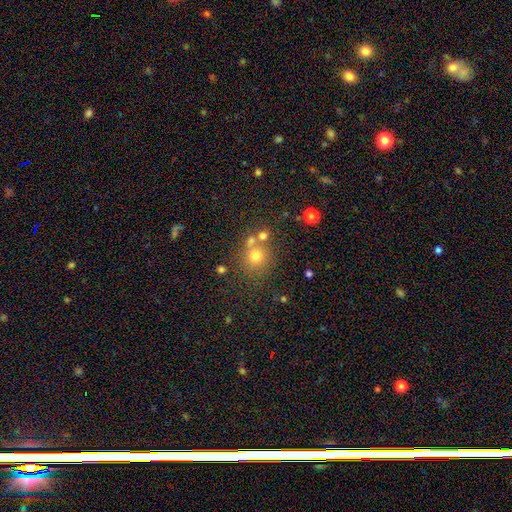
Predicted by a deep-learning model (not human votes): smooth-or-featured: smooth: 70% | star or artifact: 18% | featured or disk: 12%
  how-rounded: round: 86% | in between: 13% | cigar-shaped: 1%
  merging: none: 63% | merger: 22% | minor disturbance: 10% | major disturbance: 5%